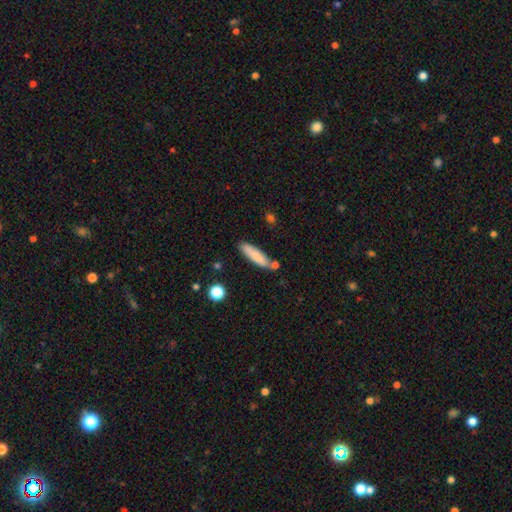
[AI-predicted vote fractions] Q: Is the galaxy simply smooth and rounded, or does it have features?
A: smooth — 81%.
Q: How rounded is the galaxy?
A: cigar-shaped — 74%.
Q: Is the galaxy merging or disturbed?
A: none — 71%.